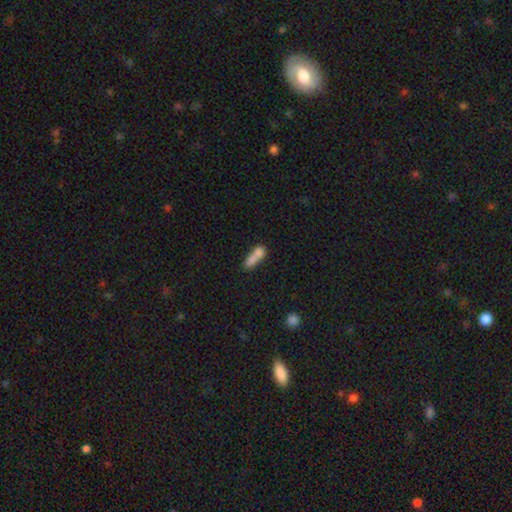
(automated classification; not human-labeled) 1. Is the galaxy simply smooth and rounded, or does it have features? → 72% smooth, 19% featured or disk, 10% star or artifact.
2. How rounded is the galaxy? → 57% in between, 26% cigar-shaped, 17% round.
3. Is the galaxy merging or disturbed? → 63% merger, 23% none, 9% minor disturbance, 6% major disturbance.